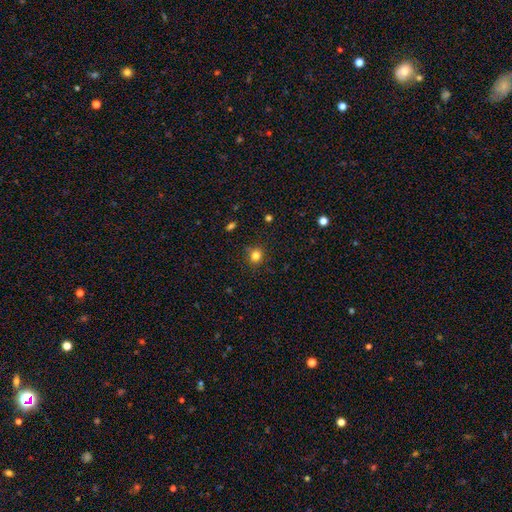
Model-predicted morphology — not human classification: smooth_or_featured: smooth (p=0.81) [alt: star or artifact p=0.13]
how_rounded: round (p=0.83) [alt: in between p=0.16]
merging: none (p=0.85) [alt: minor disturbance p=0.10]